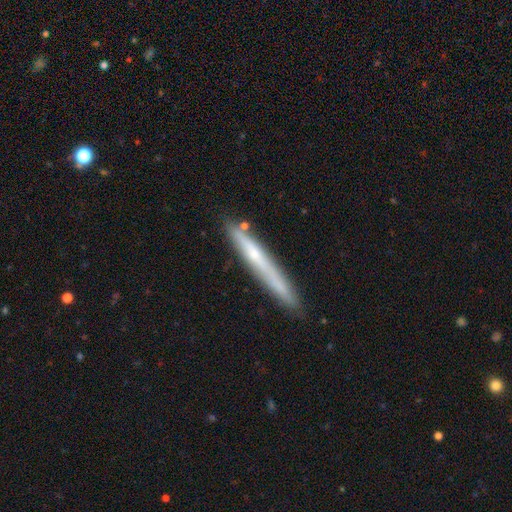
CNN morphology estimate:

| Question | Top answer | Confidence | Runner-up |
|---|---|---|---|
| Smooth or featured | featured or disk | 51% | smooth (42%) |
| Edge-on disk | yes | 92% | no (8%) |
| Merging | none | 81% | minor disturbance (13%) |